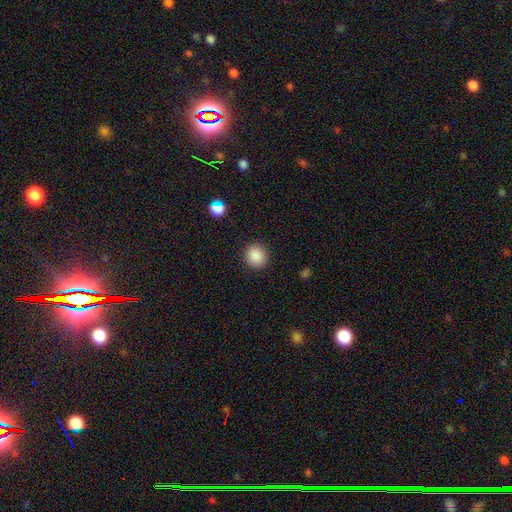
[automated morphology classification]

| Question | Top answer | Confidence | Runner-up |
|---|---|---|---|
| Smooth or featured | smooth | 88% | star or artifact (9%) |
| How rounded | round | 88% | in between (11%) |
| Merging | none | 91% | minor disturbance (6%) |